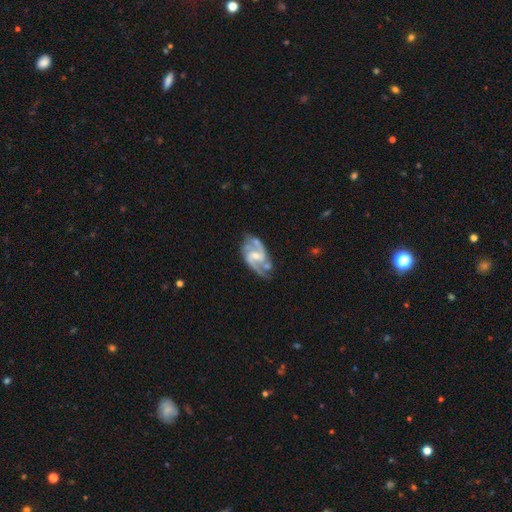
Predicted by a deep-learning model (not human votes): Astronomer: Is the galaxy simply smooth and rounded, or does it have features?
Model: featured or disk — 91%.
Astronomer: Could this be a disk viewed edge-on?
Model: no — 97%.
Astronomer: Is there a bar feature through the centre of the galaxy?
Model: weak — 53%.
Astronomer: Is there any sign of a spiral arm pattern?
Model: yes — 98%.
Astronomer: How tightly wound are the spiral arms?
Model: medium — 59%.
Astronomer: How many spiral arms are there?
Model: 2 — 81%.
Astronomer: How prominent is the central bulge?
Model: small — 47% (runner-up: moderate, 41%).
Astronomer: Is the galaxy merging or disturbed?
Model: none — 68%.